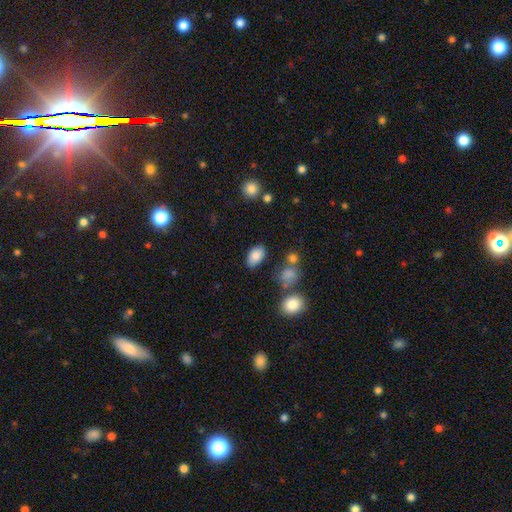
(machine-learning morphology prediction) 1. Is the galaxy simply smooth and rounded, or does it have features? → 86% smooth, 8% star or artifact, 6% featured or disk.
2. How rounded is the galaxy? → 91% in between, 7% round, 2% cigar-shaped.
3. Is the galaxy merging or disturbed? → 79% none, 13% minor disturbance, 4% merger, 4% major disturbance.